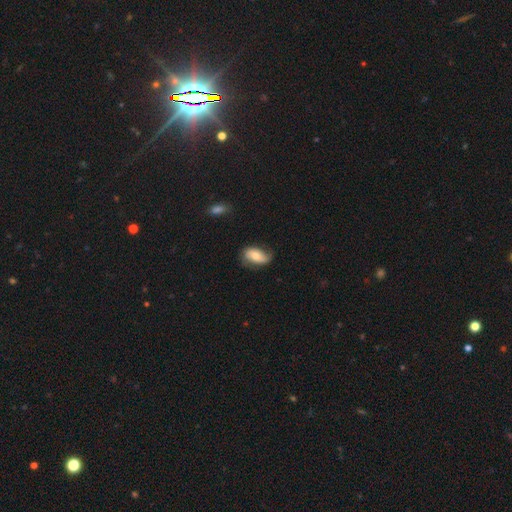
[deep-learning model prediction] Smooth or featured?
  - featured or disk: 47% *
  - smooth: 46%
  - star or artifact: 7%
Merging?
  - none: 61% *
  - minor disturbance: 27%
  - major disturbance: 10%
  - merger: 2%